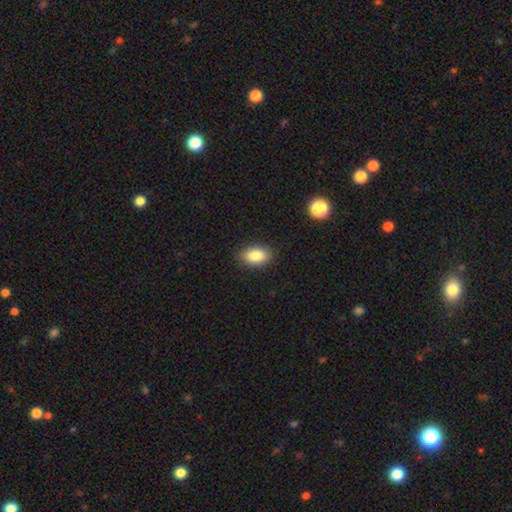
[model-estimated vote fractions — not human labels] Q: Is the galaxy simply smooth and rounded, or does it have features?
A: smooth — 84%.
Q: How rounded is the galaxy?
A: in between — 88%.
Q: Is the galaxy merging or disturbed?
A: none — 87%.